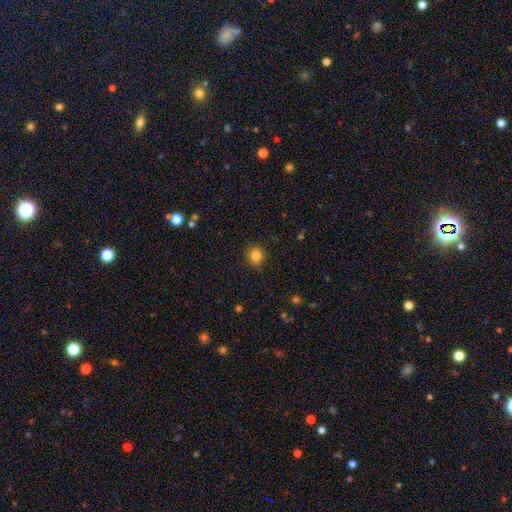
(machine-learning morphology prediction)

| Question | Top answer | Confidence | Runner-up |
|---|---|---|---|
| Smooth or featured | smooth | 84% | star or artifact (12%) |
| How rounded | round | 90% | in between (9%) |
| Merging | none | 85% | minor disturbance (11%) |